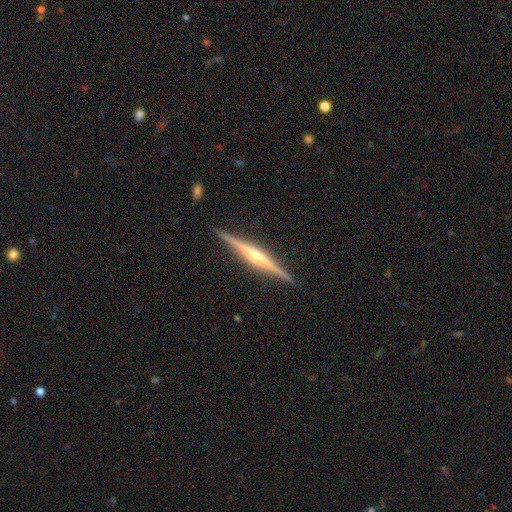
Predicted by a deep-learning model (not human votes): A featured or disk galaxy (83%) viewed edge-on (99%) with a rounded central bulge (81%).

Vote fractions:
- Smooth or featured? featured or disk: 83% / smooth: 12% / star or artifact: 5%
- Edge-on disk? yes: 99% / no: 1%
- Edge-on bulge? rounded: 81% / boxy: 10% / none: 9%
- Merging? none: 92% / minor disturbance: 6% / major disturbance: 1% / merger: 1%